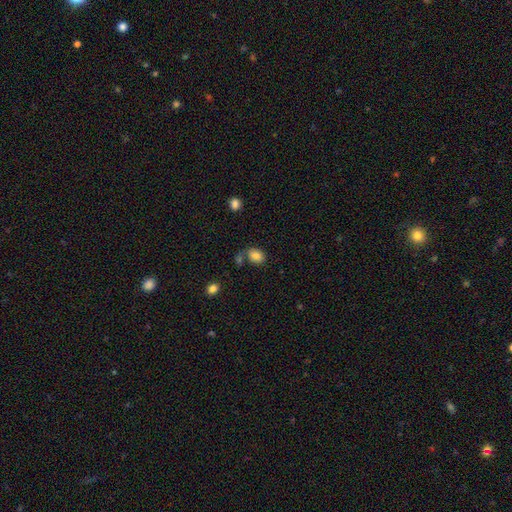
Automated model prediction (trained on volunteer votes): Smooth or featured: smooth — 83% (star or artifact — 9%)
How rounded: in between — 71% (round — 28%)
Merging: none — 63% (merger — 17%)